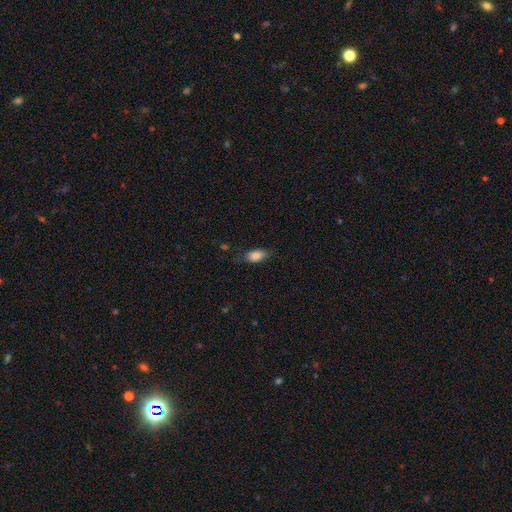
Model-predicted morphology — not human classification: Smooth or featured: smooth — 84% (featured or disk — 8%)
How rounded: in between — 87% (cigar-shaped — 8%)
Merging: none — 73% (minor disturbance — 20%)